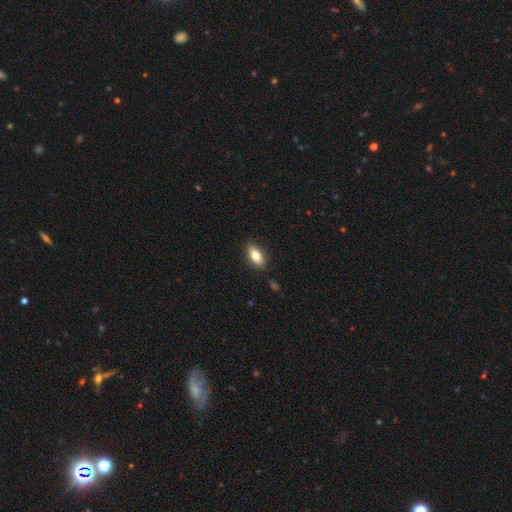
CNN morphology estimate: smooth_or_featured: smooth (p=0.74) [alt: featured or disk p=0.19]
how_rounded: in between (p=0.84) [alt: cigar-shaped p=0.12]
merging: none (p=0.88) [alt: minor disturbance p=0.08]